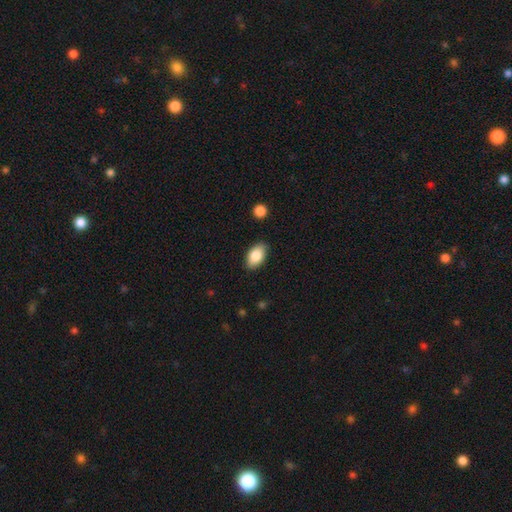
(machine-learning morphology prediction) Smooth or featured?
  - smooth: 85% *
  - featured or disk: 9%
  - star or artifact: 7%
How rounded?
  - in between: 93% *
  - round: 5%
  - cigar-shaped: 2%
Merging?
  - none: 86% *
  - minor disturbance: 10%
  - major disturbance: 2%
  - merger: 1%